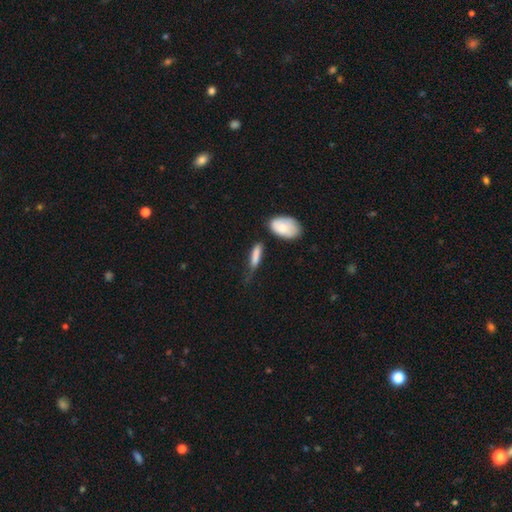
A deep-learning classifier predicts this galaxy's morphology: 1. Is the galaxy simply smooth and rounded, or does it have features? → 80% smooth, 13% featured or disk, 6% star or artifact.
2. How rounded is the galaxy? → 49% in between, 46% cigar-shaped, 4% round.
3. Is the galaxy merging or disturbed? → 39% none, 34% minor disturbance, 17% major disturbance, 10% merger.